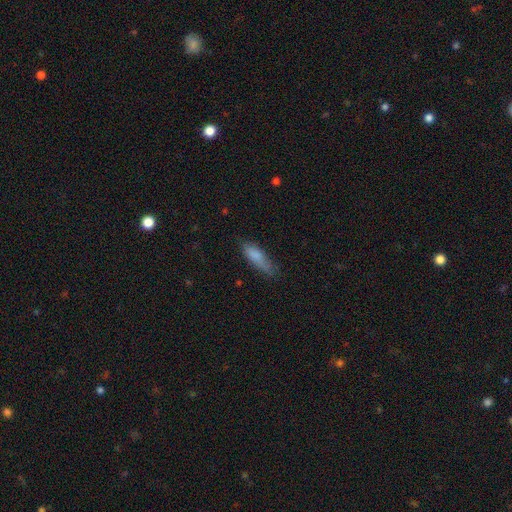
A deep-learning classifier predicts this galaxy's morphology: Smooth or featured: smooth — 81% (featured or disk — 12%)
How rounded: cigar-shaped — 50% (in between — 48%)
Merging: none — 60% (minor disturbance — 30%)